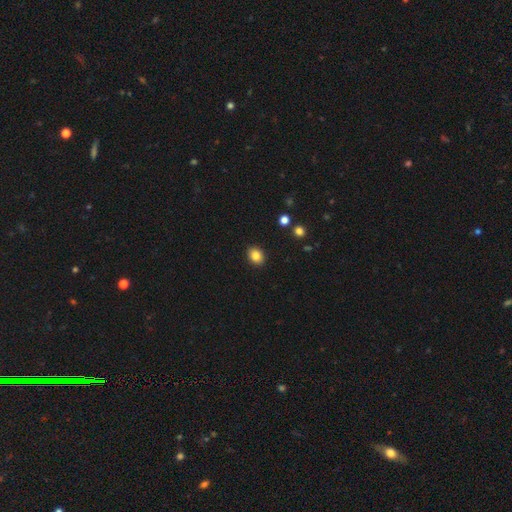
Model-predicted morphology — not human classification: Smooth or featured? Predicted: smooth (p=0.85). How rounded? Predicted: in between (p=0.57). Merging? Predicted: none (p=0.90).